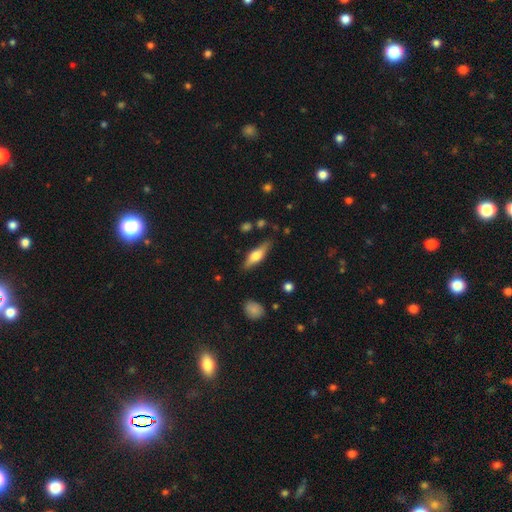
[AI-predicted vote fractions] Morphology: type=featured or disk (47%, tied with smooth); merging=none (82%).